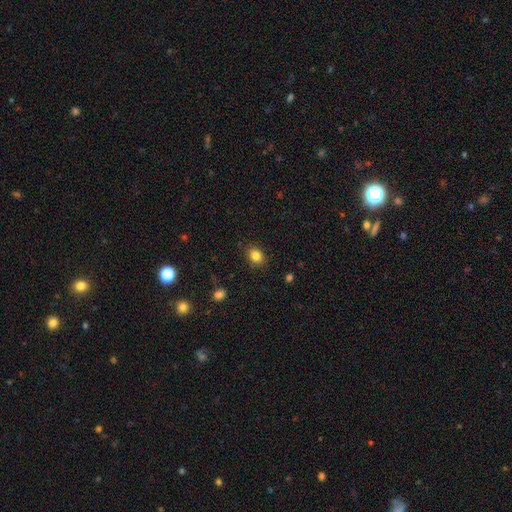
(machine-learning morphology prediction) Smooth or featured? smooth (84%)
How rounded? in between (58%)
Merging? none (85%)